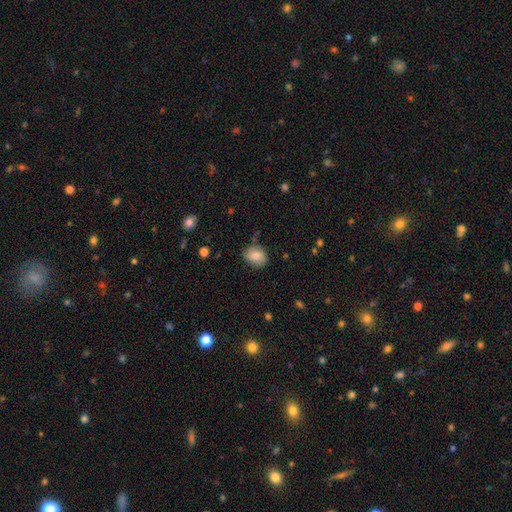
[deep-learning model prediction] Smooth or featured? Predicted: smooth (p=0.78). How rounded? Predicted: in between (p=0.52). Merging? Predicted: none (p=0.76).